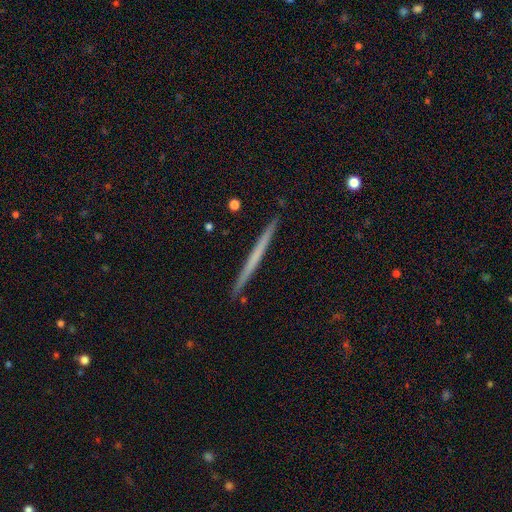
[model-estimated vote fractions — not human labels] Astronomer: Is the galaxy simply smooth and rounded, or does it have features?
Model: featured or disk — 49% (runner-up: smooth, 45%).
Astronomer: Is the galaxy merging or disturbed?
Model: none — 92%.